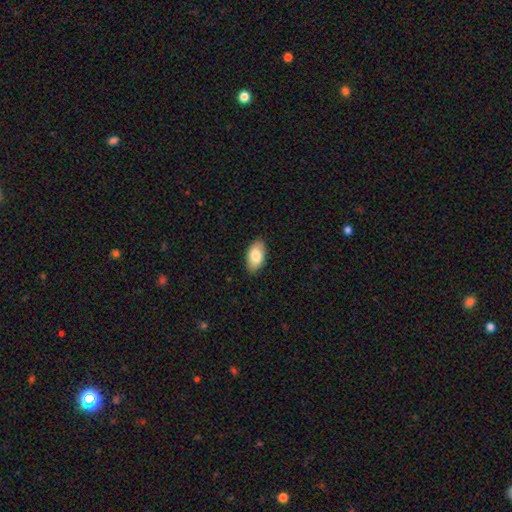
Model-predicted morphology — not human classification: Smooth or featured?
  - smooth: 81% *
  - featured or disk: 13%
  - star or artifact: 6%
How rounded?
  - in between: 94% *
  - round: 3%
  - cigar-shaped: 2%
Merging?
  - none: 87% *
  - minor disturbance: 10%
  - major disturbance: 2%
  - merger: 1%